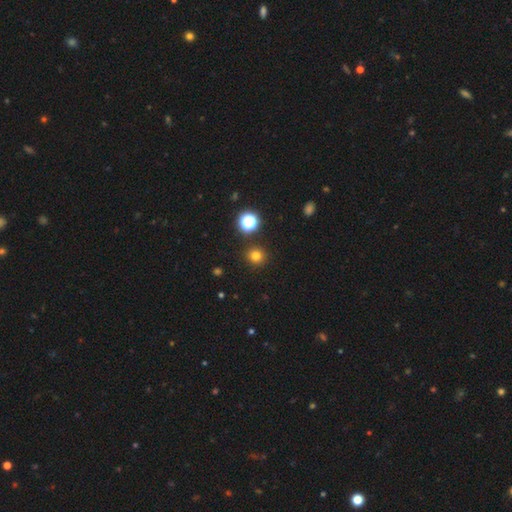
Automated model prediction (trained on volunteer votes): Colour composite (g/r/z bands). It shows a smooth galaxy with no disk features (77%) that is round (93%). Merging: none (90%).